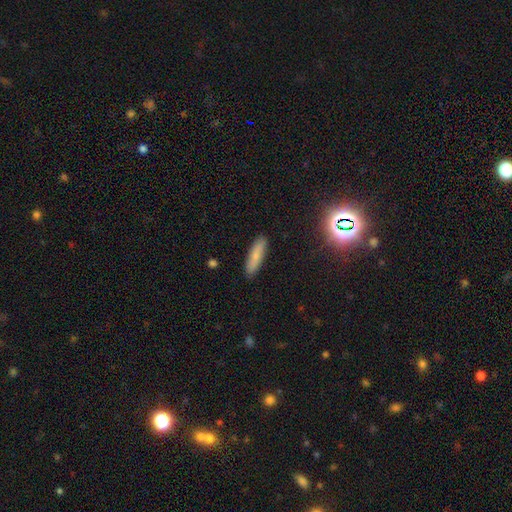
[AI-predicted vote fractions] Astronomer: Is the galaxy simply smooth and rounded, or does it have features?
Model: smooth — 77%.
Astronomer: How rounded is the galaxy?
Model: cigar-shaped — 74%.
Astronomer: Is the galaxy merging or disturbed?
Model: none — 88%.